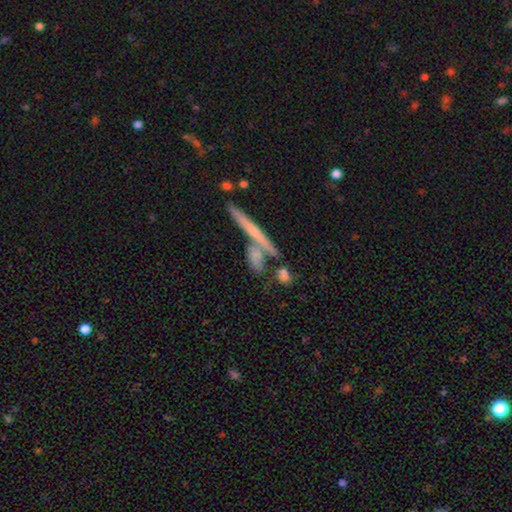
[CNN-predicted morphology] Smooth or featured? Predicted: smooth (p=0.59). How rounded? Predicted: cigar-shaped (p=0.58). Merging? Predicted: none (p=0.52).